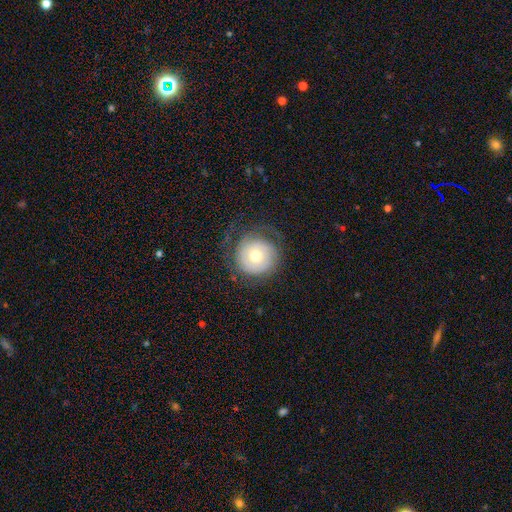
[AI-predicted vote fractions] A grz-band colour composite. It shows a smooth galaxy with no disk features (47%). Merging: none (68%).